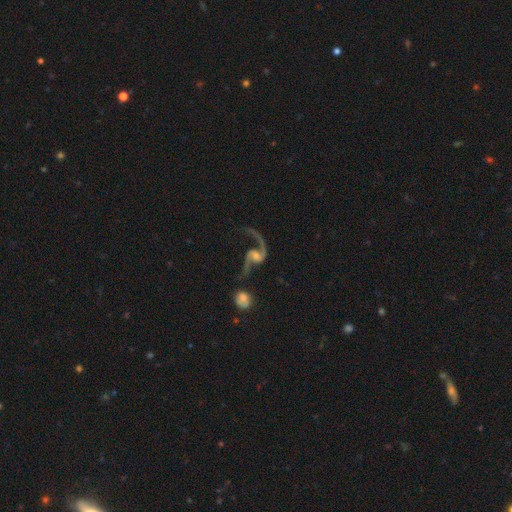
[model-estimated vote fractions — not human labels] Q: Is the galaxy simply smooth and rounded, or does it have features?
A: featured or disk — 91%.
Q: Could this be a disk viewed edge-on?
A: no — 98%.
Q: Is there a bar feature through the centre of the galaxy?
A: no — 45%.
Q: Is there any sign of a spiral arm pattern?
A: yes — 97%.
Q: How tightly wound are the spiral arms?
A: loose — 79%.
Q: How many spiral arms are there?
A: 2 — 88%.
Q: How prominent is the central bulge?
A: moderate — 41%.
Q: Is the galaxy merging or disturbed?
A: none — 50%.